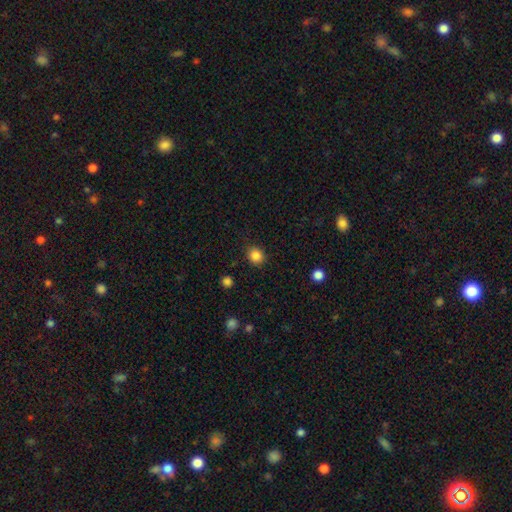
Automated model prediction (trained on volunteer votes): A smooth galaxy with no disk features (86%) that is round (80%). Merging: none (88%).